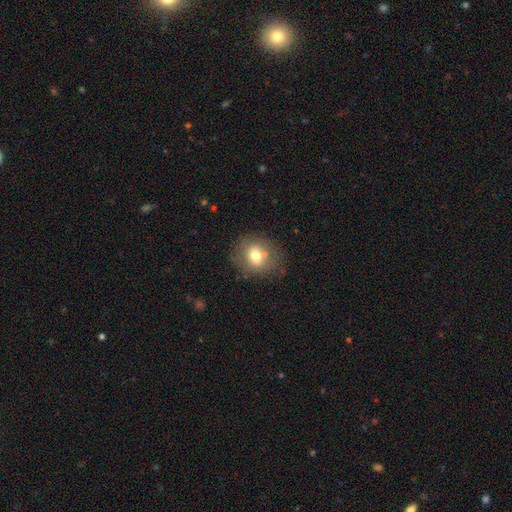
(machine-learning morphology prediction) smooth_or_featured: smooth (p=0.69) [alt: featured or disk p=0.20]
how_rounded: round (p=0.70) [alt: in between p=0.29]
merging: none (p=0.67) [alt: minor disturbance p=0.16]